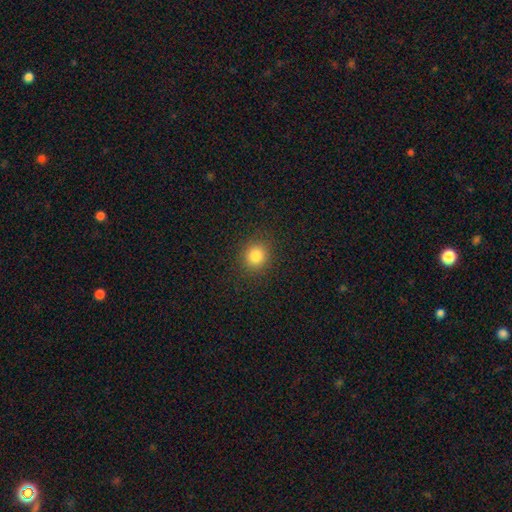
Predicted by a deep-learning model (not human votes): A smooth galaxy with no disk features (83%) that is round (85%). Merging: none (89%).